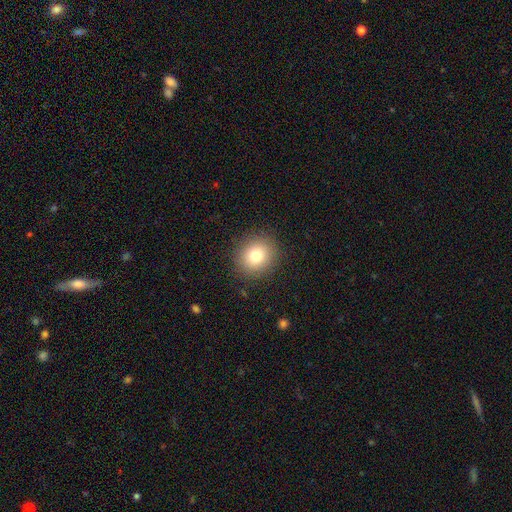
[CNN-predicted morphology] The model was most divided on "smooth or featured": smooth: 78%, star or artifact: 12%, featured or disk: 10%. More confident: merging — none (89%); how rounded — round (84%).